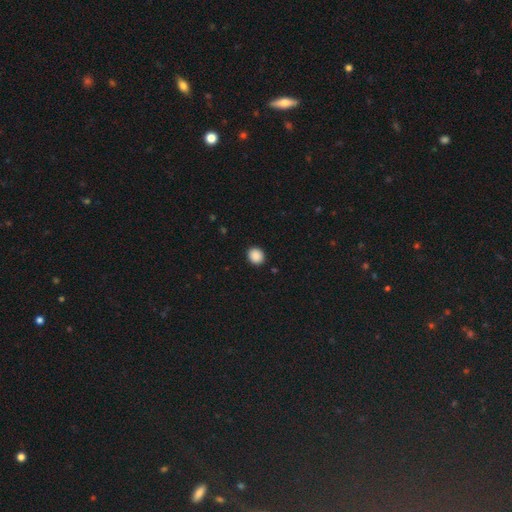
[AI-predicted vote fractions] A smooth galaxy with no disk features (89%) that is round (76%).

Vote fractions:
- Smooth or featured? smooth: 89% / star or artifact: 9% / featured or disk: 2%
- How rounded? round: 76% / in between: 23% / cigar-shaped: 1%
- Merging? none: 91% / minor disturbance: 6% / major disturbance: 2% / merger: 1%